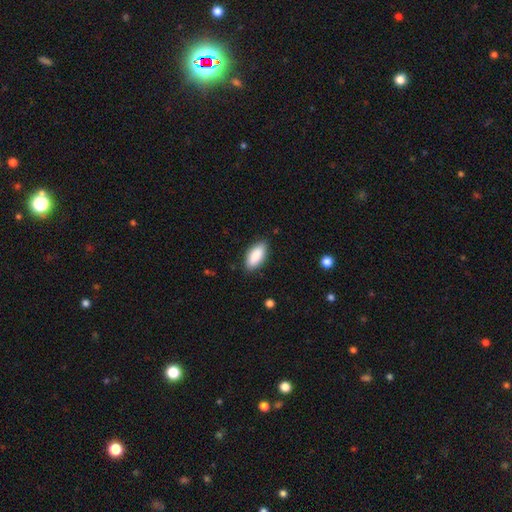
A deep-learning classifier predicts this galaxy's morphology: This appears to be a smooth galaxy with no disk features (89%) that is in between round and cigar-shaped (90%). Merging: none (86%).